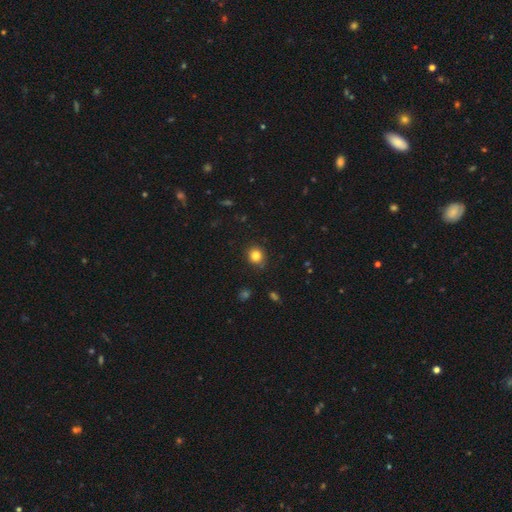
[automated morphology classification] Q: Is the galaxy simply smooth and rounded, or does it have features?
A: smooth — 83%.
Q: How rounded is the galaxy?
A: round — 86%.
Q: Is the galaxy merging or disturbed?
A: none — 88%.